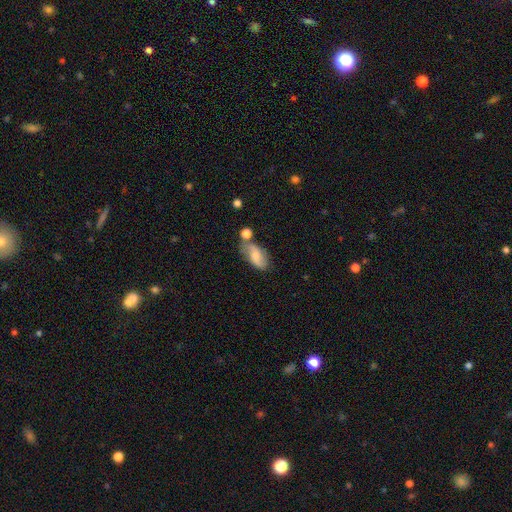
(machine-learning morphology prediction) The model was most divided on "smooth or featured": featured or disk: 47%, smooth: 44%, star or artifact: 9%. More confident: merging — none (55%).